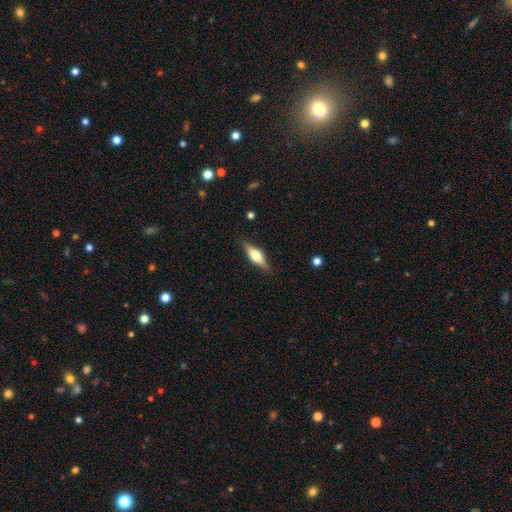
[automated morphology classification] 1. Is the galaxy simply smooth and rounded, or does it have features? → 53% featured or disk, 41% smooth, 7% star or artifact.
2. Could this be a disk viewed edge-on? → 92% yes, 8% no.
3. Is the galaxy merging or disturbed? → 84% none, 12% minor disturbance, 3% major disturbance, 1% merger.